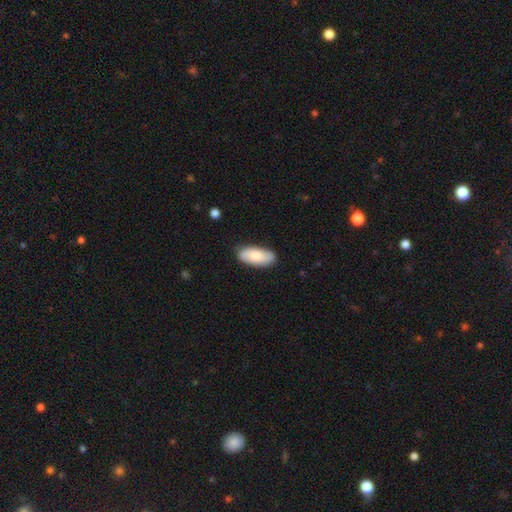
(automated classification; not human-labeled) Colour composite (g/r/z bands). It shows a smooth galaxy with no disk features (72%) that is in between round and cigar-shaped (88%). Merging: none (84%).